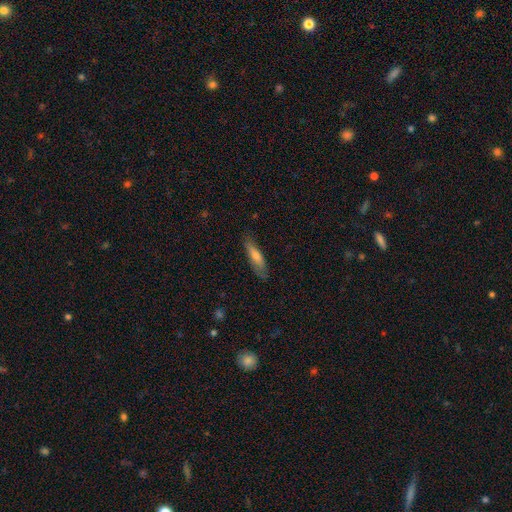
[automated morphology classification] This is likely a smooth galaxy (63%). How rounded: likely cigar-shaped (75%). Merging: likely none (80%).